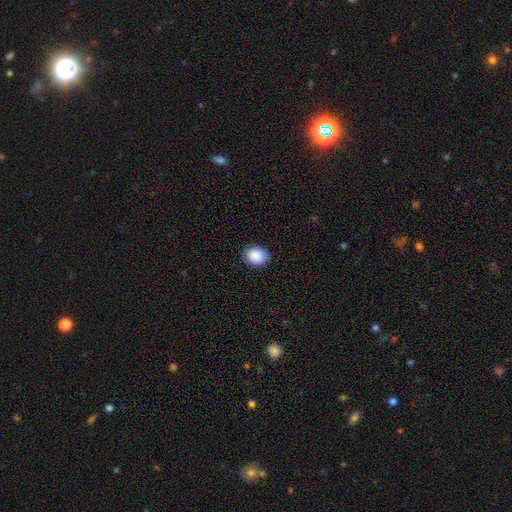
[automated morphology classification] Smooth or featured? Predicted: smooth (p=0.89). How rounded? Predicted: in between (p=0.56). Merging? Predicted: none (p=0.88).